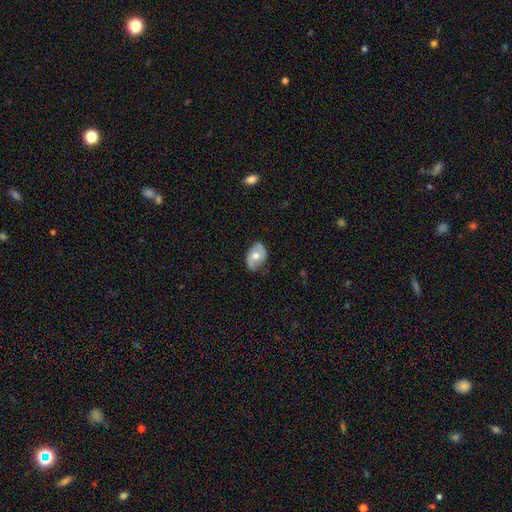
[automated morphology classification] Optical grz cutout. It shows a smooth galaxy with no disk features (50%). Merging: none (69%).